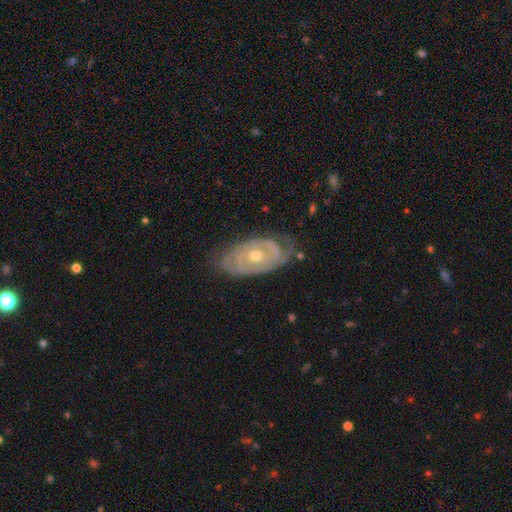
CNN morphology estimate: Smooth or featured? Predicted: featured or disk (p=0.83). Edge-on disk? Predicted: no (p=0.94). Bar? Predicted: no (p=0.79). Spiral arms? Predicted: yes (p=0.86). Spiral winding? Predicted: tight (p=0.71). Spiral arm count? Predicted: 2 (p=0.41). Bulge size? Predicted: moderate (p=0.56). Merging? Predicted: none (p=0.66).